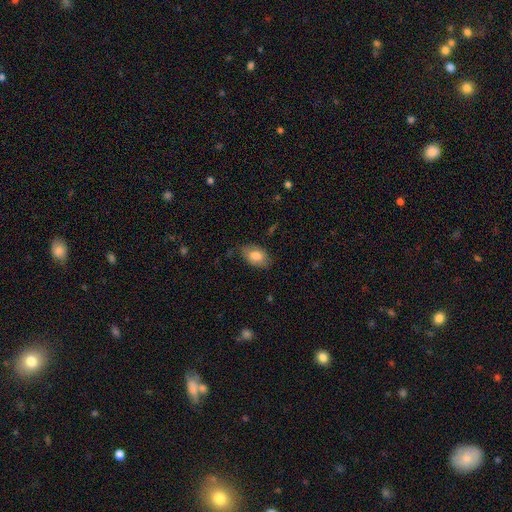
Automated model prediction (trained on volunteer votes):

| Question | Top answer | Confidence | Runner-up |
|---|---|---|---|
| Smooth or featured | smooth | 80% | featured or disk (13%) |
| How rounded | in between | 88% | round (11%) |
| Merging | none | 77% | minor disturbance (18%) |